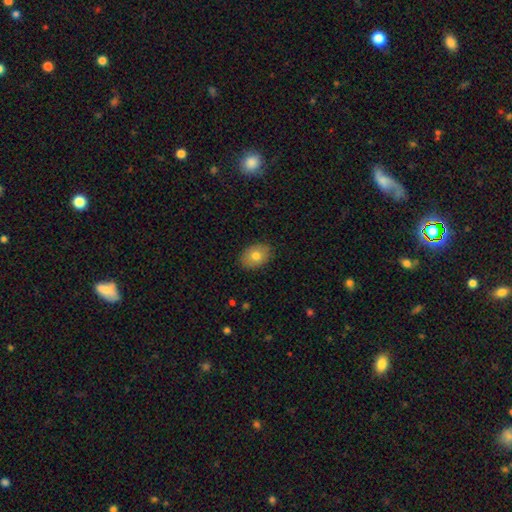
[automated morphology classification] Smooth or featured: smooth — 79% (featured or disk — 14%)
How rounded: in between — 73% (round — 26%)
Merging: none — 88% (minor disturbance — 9%)